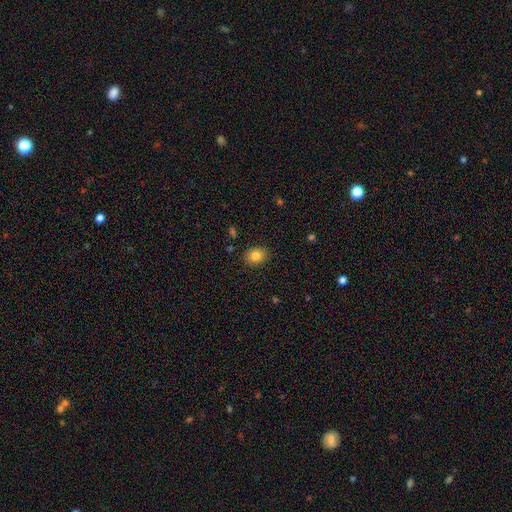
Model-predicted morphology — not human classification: Q: Smooth or featured?
A: smooth (83%); runner-up: star or artifact (9%)
Q: How rounded?
A: in between (60%); runner-up: round (39%)
Q: Merging?
A: none (89%); runner-up: minor disturbance (8%)